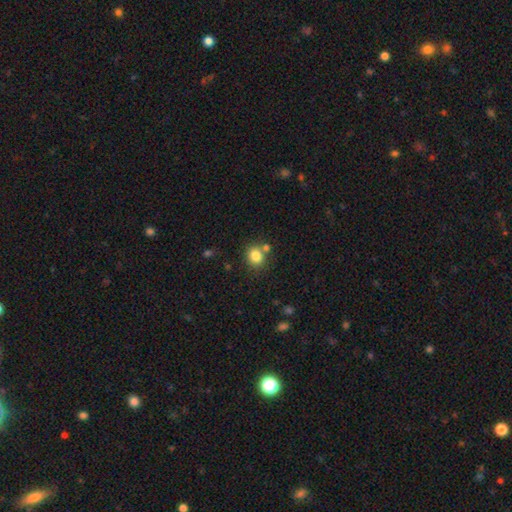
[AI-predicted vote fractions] The model was most divided on "merging": none: 69%, merger: 17%, minor disturbance: 10%, major disturbance: 4%. More confident: smooth or featured — smooth (82%); how rounded — round (77%).